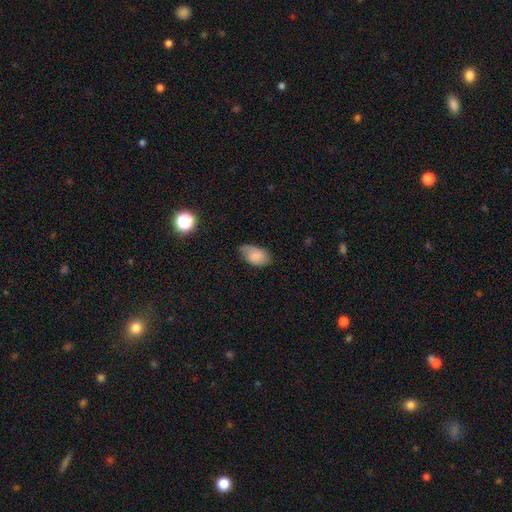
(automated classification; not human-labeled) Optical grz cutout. It shows a smooth galaxy with no disk features (69%) that is in between round and cigar-shaped (92%). Merging: none (58%).